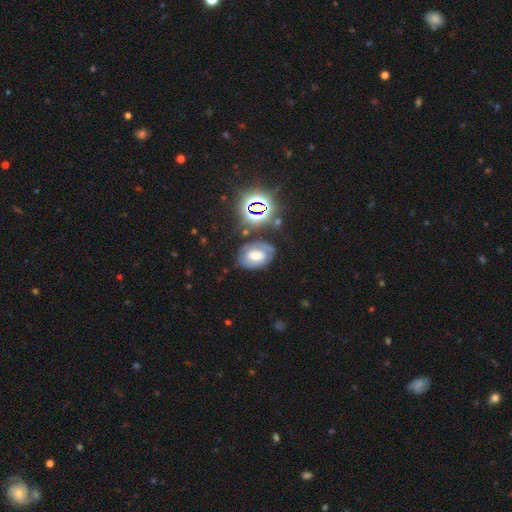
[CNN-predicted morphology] This appears to be a featured or disk galaxy (54%) with a weak bar (42%), spiral arms (72%) and a moderate central bulge (52%). Merging: none (65%).